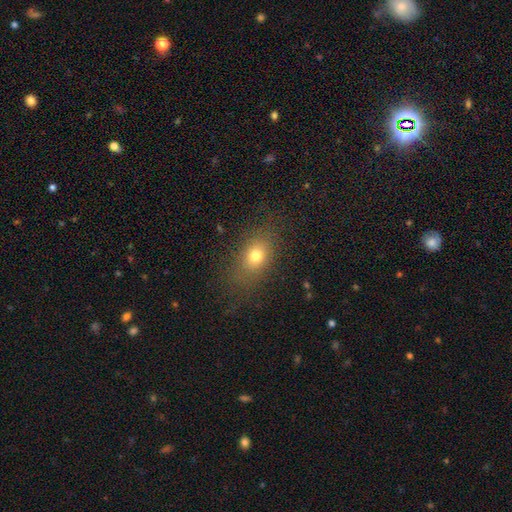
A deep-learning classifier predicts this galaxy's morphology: smooth_or_featured: smooth (p=0.73) [alt: star or artifact p=0.14]
how_rounded: in between (p=0.65) [alt: round p=0.33]
merging: none (p=0.78) [alt: minor disturbance p=0.13]